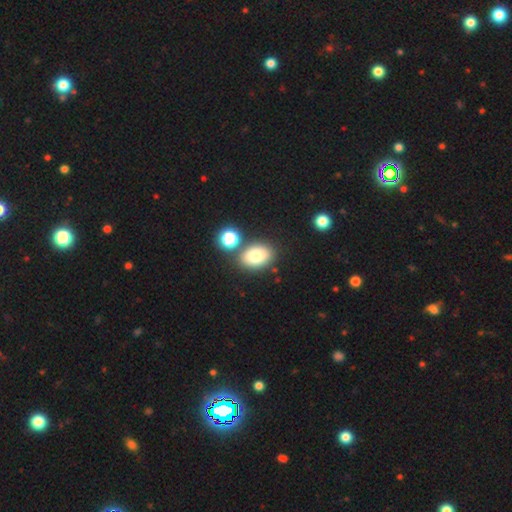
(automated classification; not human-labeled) Morphology: type=smooth (79%); roundness=in between (81%); merging=none (74%).